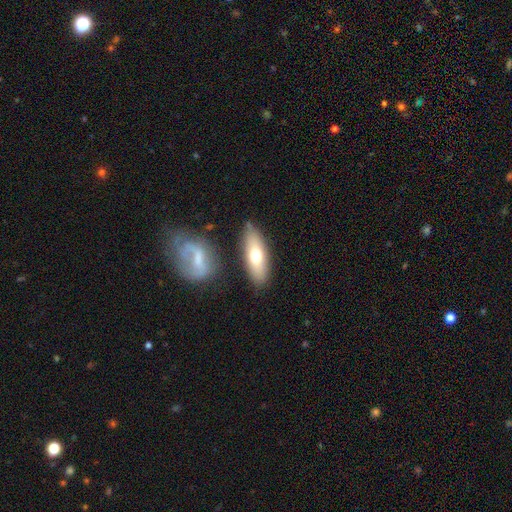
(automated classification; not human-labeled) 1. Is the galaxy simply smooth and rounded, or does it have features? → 63% smooth, 31% featured or disk, 6% star or artifact.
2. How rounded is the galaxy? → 69% in between, 28% cigar-shaped, 3% round.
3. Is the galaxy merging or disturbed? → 79% none, 12% minor disturbance, 6% merger, 3% major disturbance.